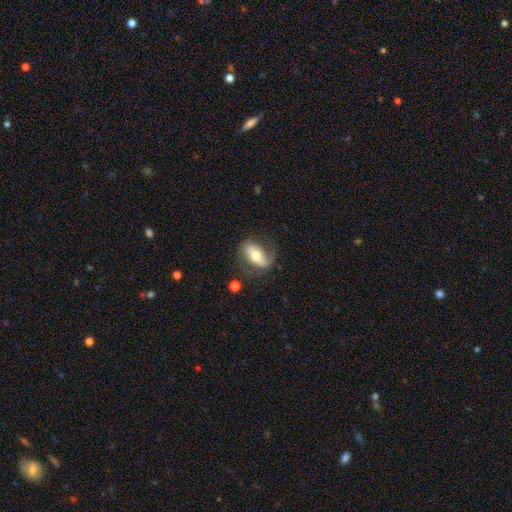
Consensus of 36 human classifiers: This appears to be a featured or disk galaxy (67%) with a weak bar (38%), 1 (50%, tied with 2) loose (45%) spiral arms (83%) and a moderate central bulge (79%). Merging: none (47%).